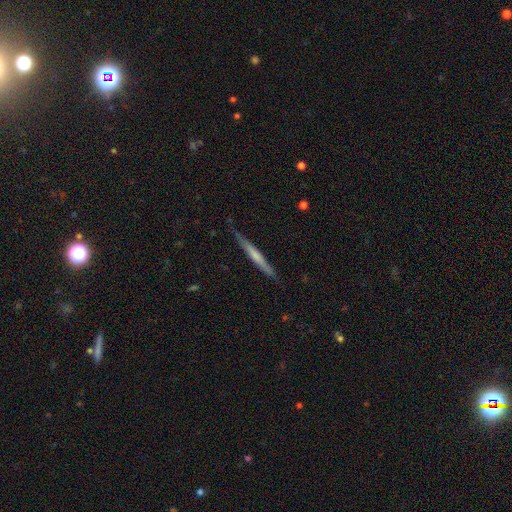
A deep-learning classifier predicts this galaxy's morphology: This appears to be a smooth galaxy with no disk features (48%). Merging: none (81%).